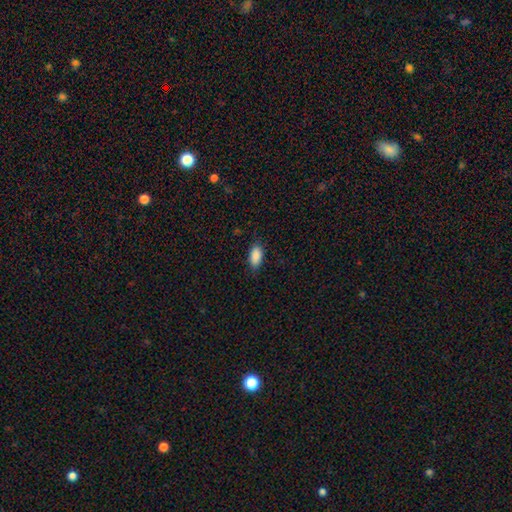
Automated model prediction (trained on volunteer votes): Morphology: type=smooth (90%); roundness=in between (91%); merging=none (84%).